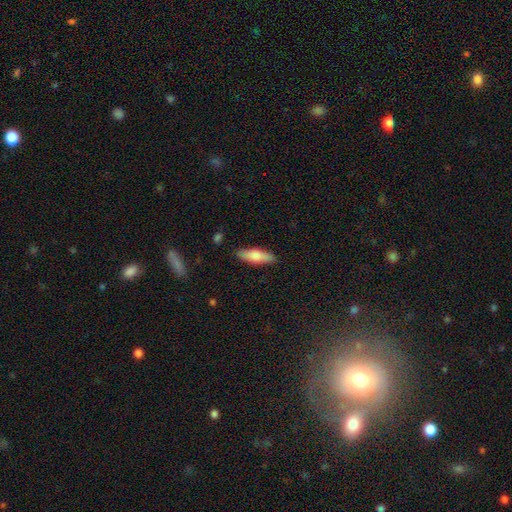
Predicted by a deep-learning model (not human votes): The model was most divided on "how rounded": in between: 52%, cigar-shaped: 47%, round: 2%. More confident: merging — none (86%); smooth or featured — smooth (77%).